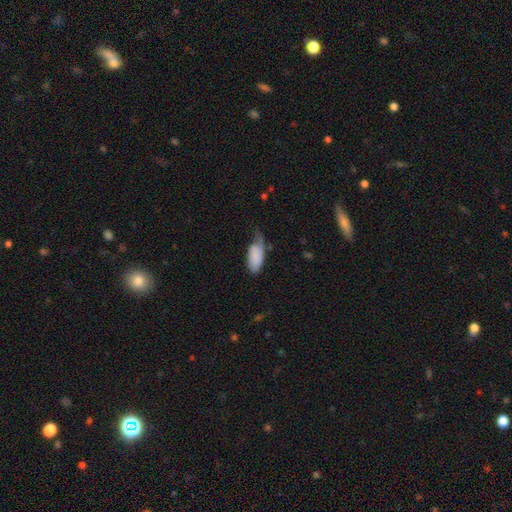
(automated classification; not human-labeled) This is clearly a smooth galaxy (80%). How rounded: clearly in between (92%). Merging: marginally minor disturbance (42%).